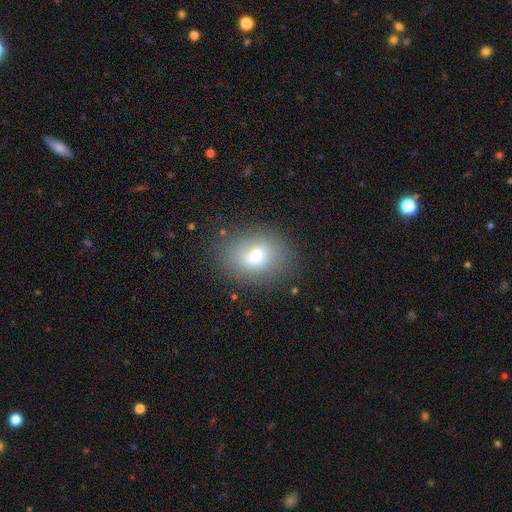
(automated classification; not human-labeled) Smooth or featured? Predicted: smooth (p=0.68). How rounded? Predicted: in between (p=0.53). Merging? Predicted: none (p=0.81).